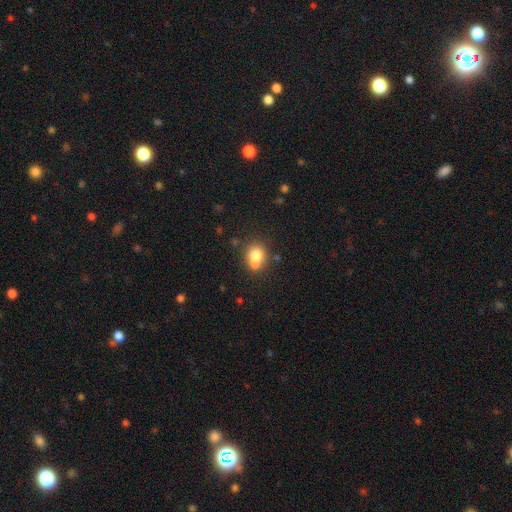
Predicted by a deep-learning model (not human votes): Q: Smooth or featured?
A: smooth (74%); runner-up: featured or disk (15%)
Q: How rounded?
A: round (81%); runner-up: in between (18%)
Q: Merging?
A: none (48%); runner-up: merger (40%)